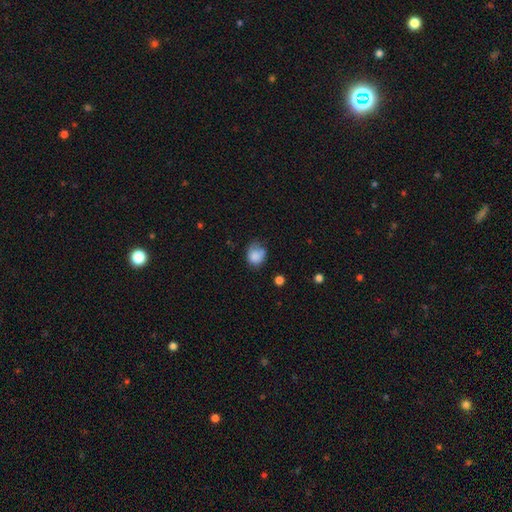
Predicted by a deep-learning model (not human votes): The model was most divided on "merging": none: 45%, minor disturbance: 36%, major disturbance: 14%, merger: 5%. More confident: smooth or featured — smooth (83%); how rounded — round (64%).